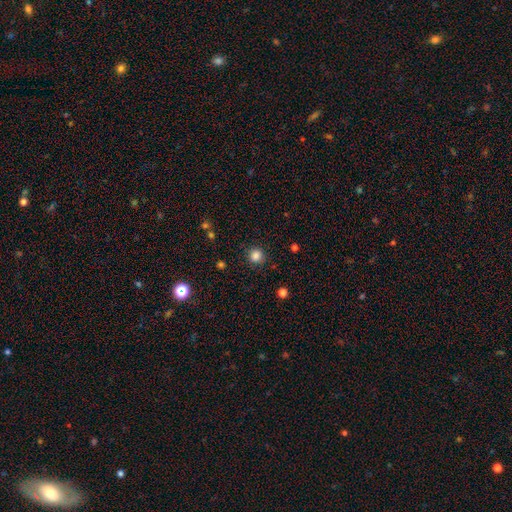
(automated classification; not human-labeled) Overall: smooth (84%). How rounded: round (92%). Merging: none (89%).